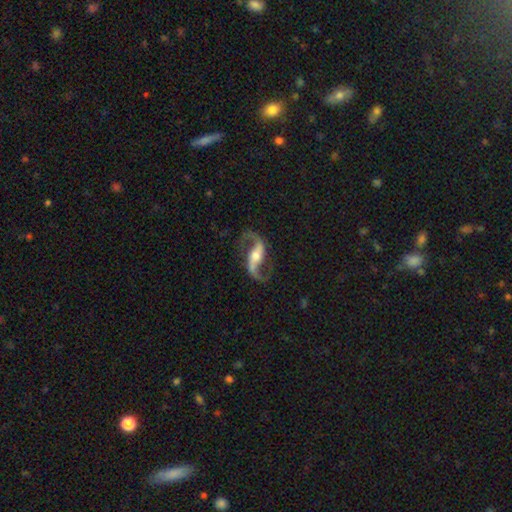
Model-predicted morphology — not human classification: The model was most divided on "bar": strong: 43%, weak: 34%, no: 23%. More confident: spiral arms — yes (97%); edge-on disk — no (96%); spiral arm count — 2 (94%); smooth or featured — featured or disk (92%); merging — none (81%); spiral winding — loose (70%); bulge size — moderate (55%).